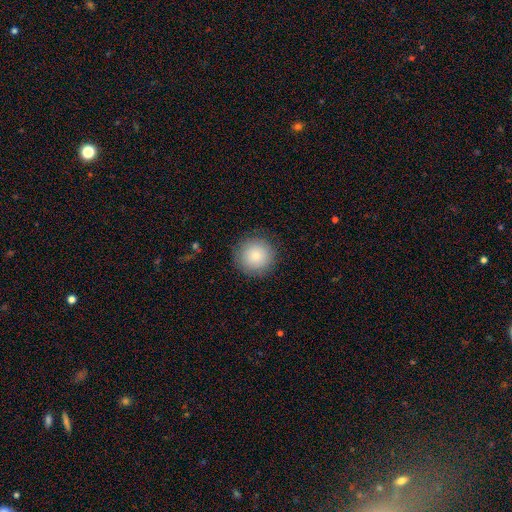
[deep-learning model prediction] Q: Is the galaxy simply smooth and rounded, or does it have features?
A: smooth — 84%.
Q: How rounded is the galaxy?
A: round — 95%.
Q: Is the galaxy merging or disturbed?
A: none — 89%.